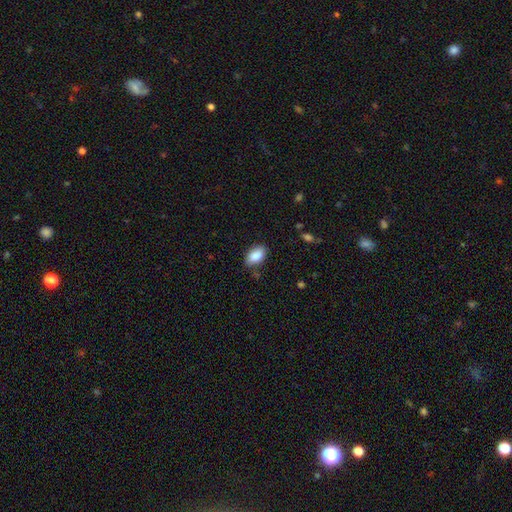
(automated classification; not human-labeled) A smooth galaxy with no disk features (88%) that is in between round and cigar-shaped (92%). Merging: none (79%).